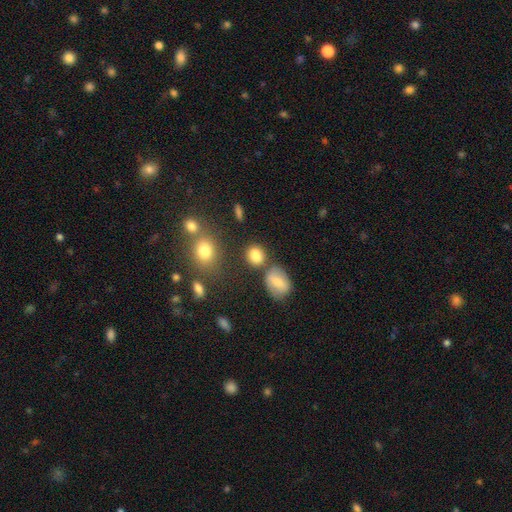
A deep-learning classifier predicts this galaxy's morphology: A smooth galaxy with no disk features (82%) that is round (61%).

Vote fractions:
- Smooth or featured? smooth: 82% / star or artifact: 11% / featured or disk: 7%
- How rounded? round: 61% / in between: 37% / cigar-shaped: 2%
- Merging? none: 67% / merger: 15% / minor disturbance: 13% / major disturbance: 5%